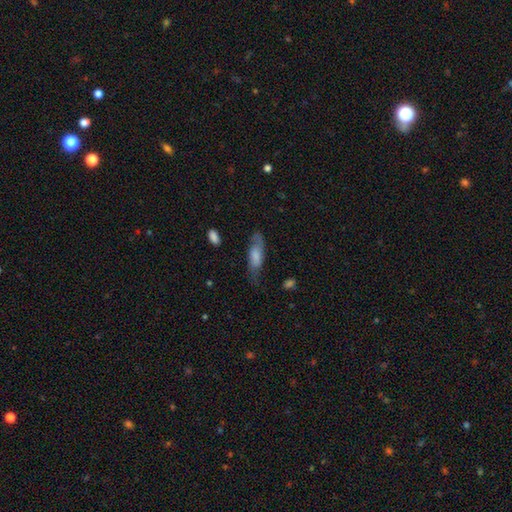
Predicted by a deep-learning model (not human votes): Overall: smooth (58%; featured or disk 35%). How rounded: in between (57%; cigar-shaped 41%). Merging: none (61%; minor disturbance 25%).